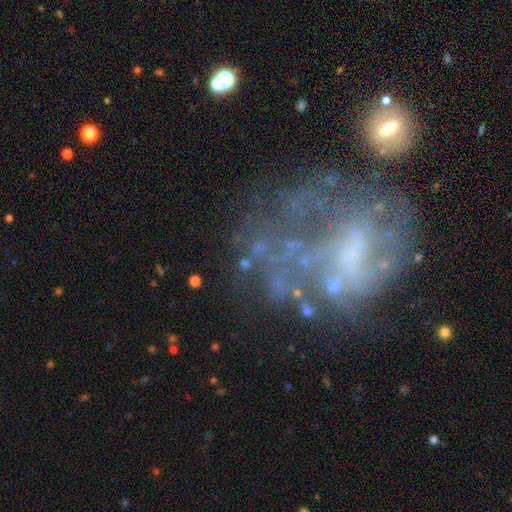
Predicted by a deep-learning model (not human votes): Morphology: type=featured or disk (65%); edge-on=no (98%); bar=no (68%); spiral arms=no (70%); bulge=none (62%); merging=none (37%).